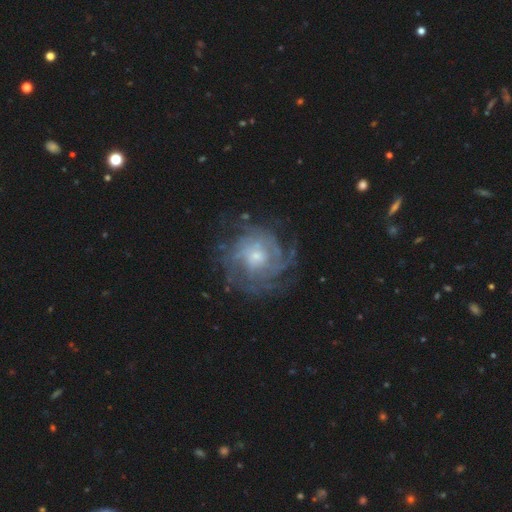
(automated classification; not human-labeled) Q: Smooth or featured?
A: featured or disk (82%); runner-up: smooth (11%)
Q: Edge-on disk?
A: no (97%); runner-up: yes (3%)
Q: Bar?
A: no (73%); runner-up: weak (23%)
Q: Spiral arms?
A: yes (92%); runner-up: no (8%)
Q: Spiral winding?
A: tight (64%); runner-up: medium (27%)
Q: Spiral arm count?
A: can't tell (42%); runner-up: 4 (17%)
Q: Bulge size?
A: small (56%); runner-up: moderate (37%)
Q: Merging?
A: none (71%); runner-up: minor disturbance (16%)